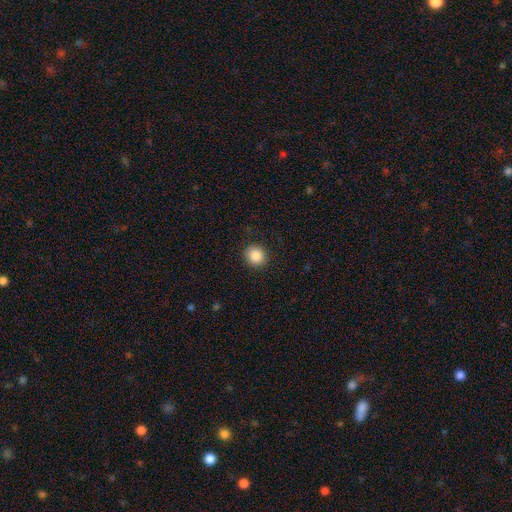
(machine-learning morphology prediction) This appears to be a smooth galaxy with no disk features (86%) that is round (85%). Merging: none (90%).